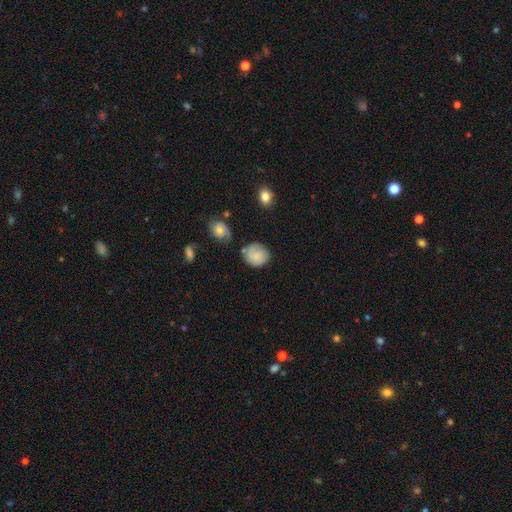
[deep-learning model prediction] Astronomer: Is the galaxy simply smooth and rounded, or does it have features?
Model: smooth — 68%.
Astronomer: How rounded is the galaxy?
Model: round — 70%.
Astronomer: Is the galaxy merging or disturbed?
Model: none — 55%.